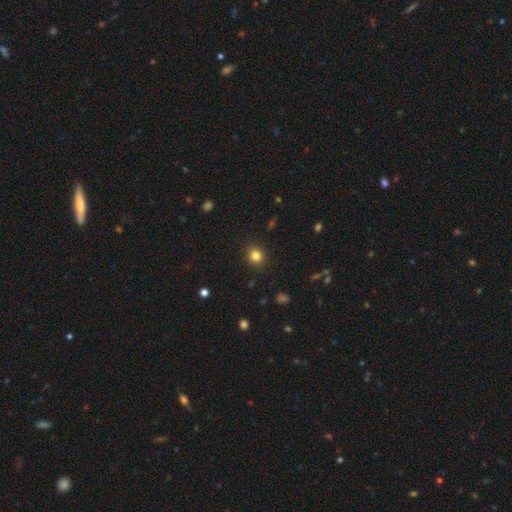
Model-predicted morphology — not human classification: Smooth or featured? Predicted: smooth (p=0.82). How rounded? Predicted: round (p=0.77). Merging? Predicted: none (p=0.90).